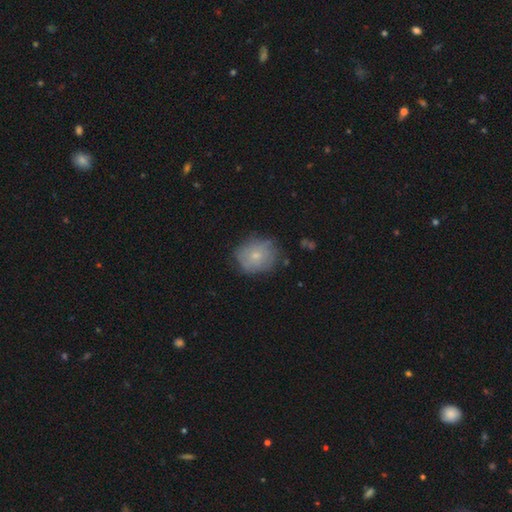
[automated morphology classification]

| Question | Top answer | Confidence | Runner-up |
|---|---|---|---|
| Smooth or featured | smooth | 64% | featured or disk (27%) |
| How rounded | round | 73% | in between (26%) |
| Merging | none | 71% | minor disturbance (21%) |